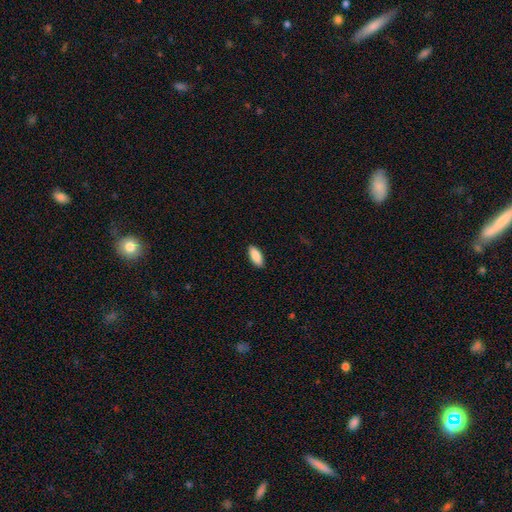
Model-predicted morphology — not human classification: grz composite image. It shows a smooth galaxy with no disk features (89%) that is in between round and cigar-shaped (85%). Merging: none (89%).